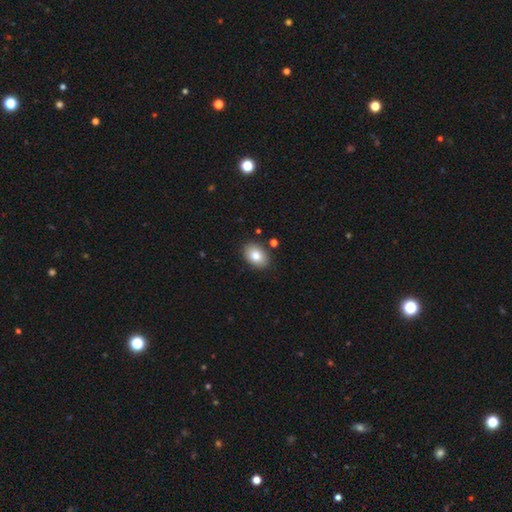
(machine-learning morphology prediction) Smooth or featured?
  - smooth: 81% *
  - featured or disk: 11%
  - star or artifact: 8%
How rounded?
  - in between: 80% *
  - round: 19%
  - cigar-shaped: 1%
Merging?
  - none: 86% *
  - minor disturbance: 9%
  - merger: 3%
  - major disturbance: 2%